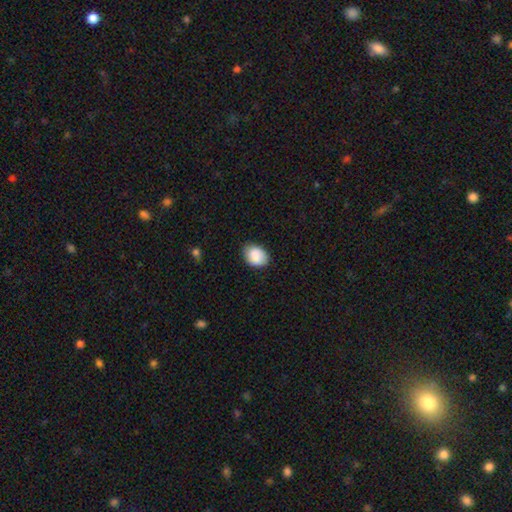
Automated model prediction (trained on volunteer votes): smooth_or_featured: smooth (p=0.88) [alt: star or artifact p=0.07]
how_rounded: in between (p=0.64) [alt: round p=0.35]
merging: none (p=0.75) [alt: minor disturbance p=0.21]